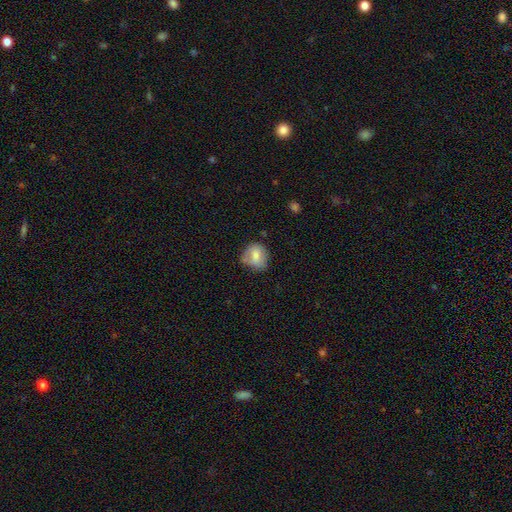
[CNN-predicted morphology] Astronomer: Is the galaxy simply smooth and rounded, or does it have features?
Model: smooth — 70%.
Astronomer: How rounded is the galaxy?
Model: round — 71%.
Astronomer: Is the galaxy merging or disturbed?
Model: none — 57%.